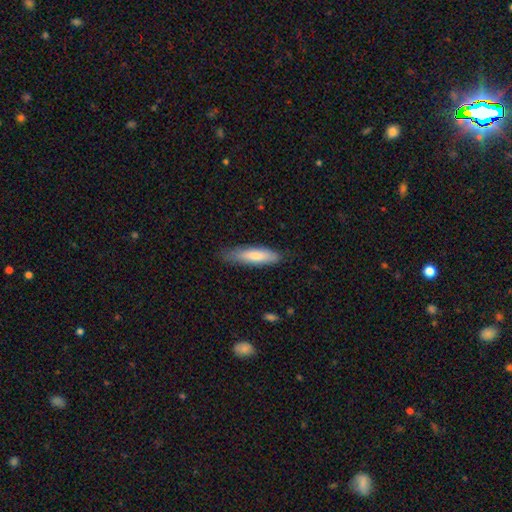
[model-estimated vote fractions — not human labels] Smooth or featured? Predicted: smooth (p=0.78). How rounded? Predicted: cigar-shaped (p=0.61). Merging? Predicted: none (p=0.75).